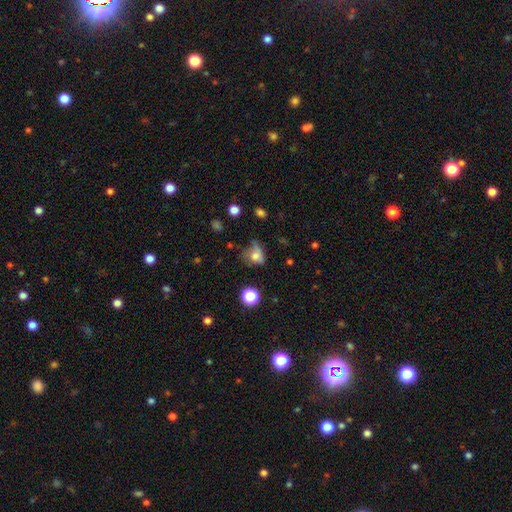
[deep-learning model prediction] Smooth or featured?
  - smooth: 68% *
  - featured or disk: 19%
  - star or artifact: 14%
How rounded?
  - round: 53% *
  - in between: 45%
  - cigar-shaped: 2%
Merging?
  - minor disturbance: 34% * (tied)
  - none: 34% * (tied)
  - major disturbance: 27%
  - merger: 5%